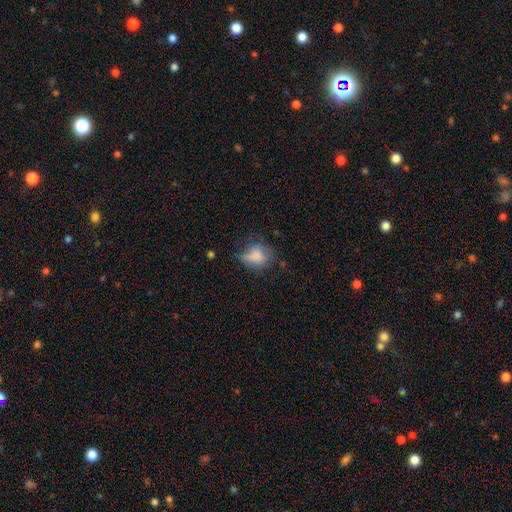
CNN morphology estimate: Q: Smooth or featured?
A: smooth (77%); runner-up: featured or disk (14%)
Q: How rounded?
A: in between (59%); runner-up: round (39%)
Q: Merging?
A: none (42%); runner-up: minor disturbance (36%)